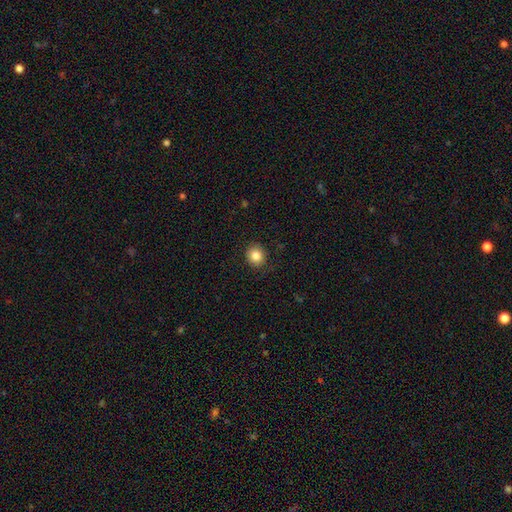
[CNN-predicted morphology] smooth-or-featured: smooth: 85% | star or artifact: 10% | featured or disk: 5%
  how-rounded: round: 85% | in between: 14% | cigar-shaped: 1%
  merging: none: 89% | minor disturbance: 8% | major disturbance: 2% | merger: 1%